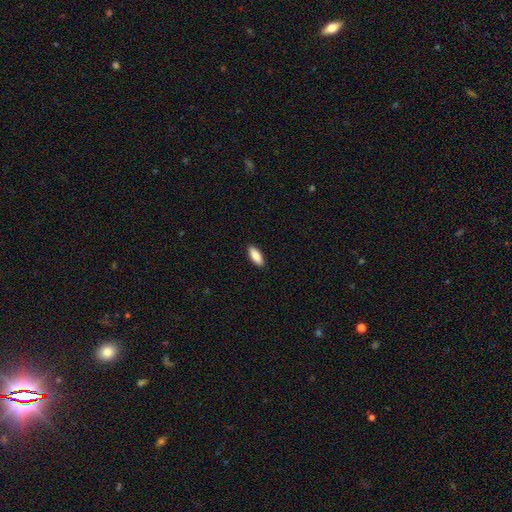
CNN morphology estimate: Smooth or featured?
  - smooth: 88% *
  - featured or disk: 6%
  - star or artifact: 6%
How rounded?
  - in between: 75% *
  - cigar-shaped: 23%
  - round: 2%
Merging?
  - none: 91% *
  - minor disturbance: 7%
  - major disturbance: 2%
  - merger: 1%